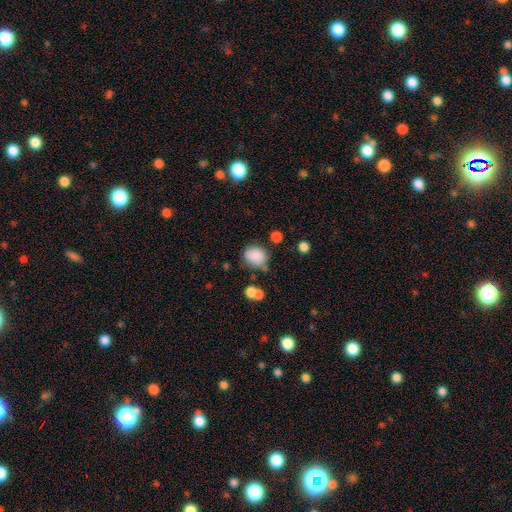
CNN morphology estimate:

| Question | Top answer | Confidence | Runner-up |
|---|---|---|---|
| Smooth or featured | smooth | 84% | star or artifact (10%) |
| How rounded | round | 60% | in between (39%) |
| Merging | none | 60% | minor disturbance (23%) |